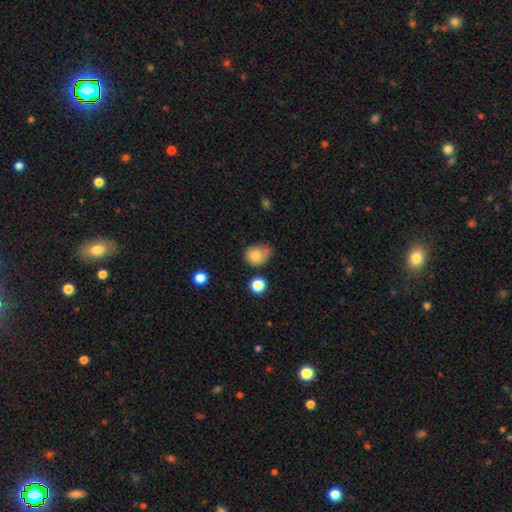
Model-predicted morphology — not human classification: Smooth or featured? Predicted: smooth (p=0.81). How rounded? Predicted: round (p=0.55). Merging? Predicted: none (p=0.48).